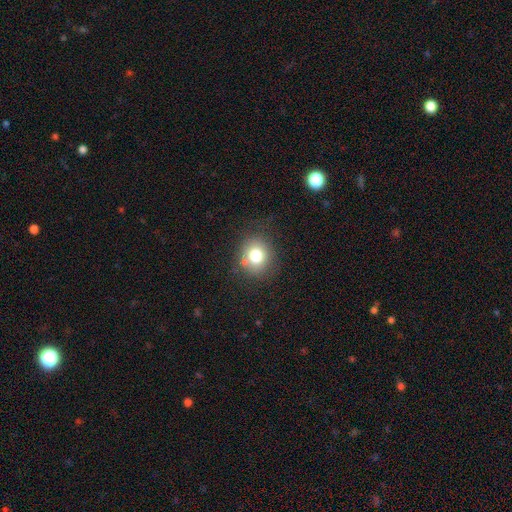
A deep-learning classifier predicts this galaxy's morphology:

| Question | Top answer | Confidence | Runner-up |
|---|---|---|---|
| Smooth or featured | smooth | 75% | star or artifact (13%) |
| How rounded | round | 78% | in between (21%) |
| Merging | none | 77% | minor disturbance (13%) |